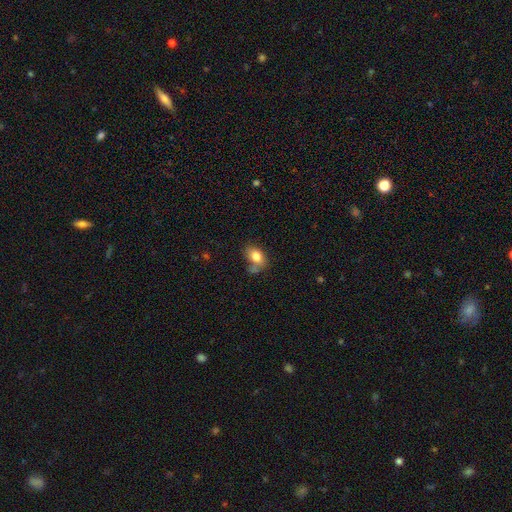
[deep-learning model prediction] smooth-or-featured: smooth: 80% | featured or disk: 11% | star or artifact: 9%
  how-rounded: in between: 79% | round: 20% | cigar-shaped: 1%
  merging: none: 49% | minor disturbance: 25% | merger: 16% | major disturbance: 10%